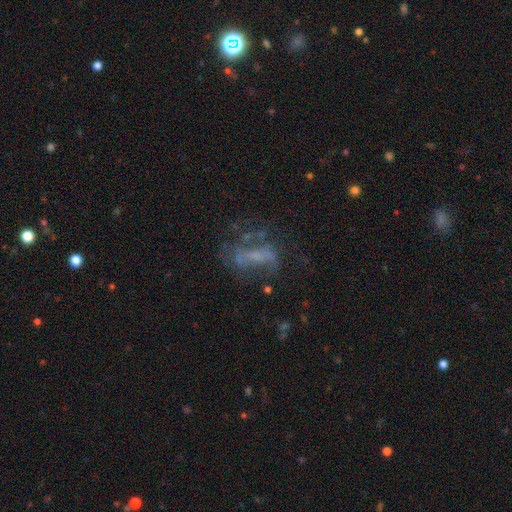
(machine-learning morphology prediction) type=featured or disk (58%); edge-on=no (92%); bar=no (50%); spiral arms=no (57%); bulge=none (50%); merging=none (43%).